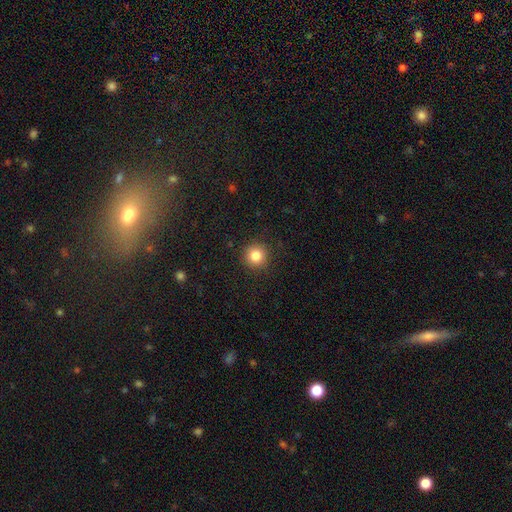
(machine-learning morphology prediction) Overall: smooth (83%). How rounded: round (94%). Merging: none (91%).